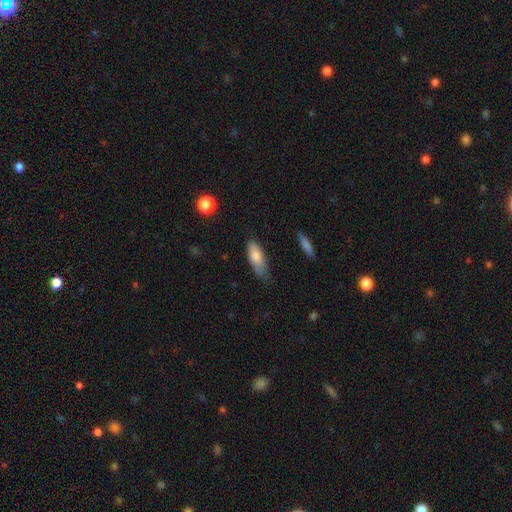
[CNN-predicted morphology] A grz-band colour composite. It shows a smooth galaxy with no disk features (78%) that is in between round and cigar-shaped (68%). Merging: none (54%).